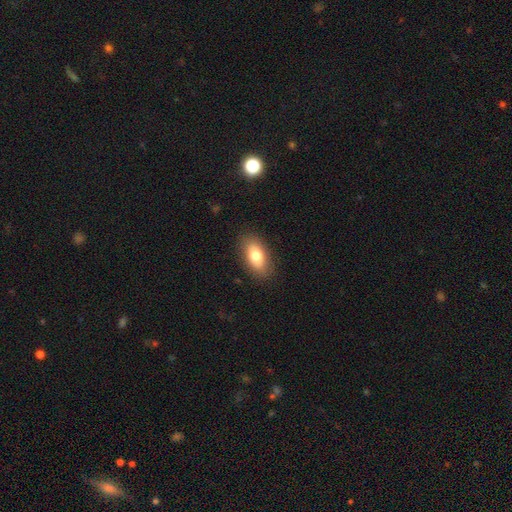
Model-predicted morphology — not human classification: A smooth galaxy with no disk features (77%) that is in between round and cigar-shaped (88%).

Vote fractions:
- Smooth or featured? smooth: 77% / featured or disk: 16% / star or artifact: 7%
- How rounded? in between: 88% / cigar-shaped: 7% / round: 5%
- Merging? none: 86% / minor disturbance: 10% / major disturbance: 3% / merger: 1%